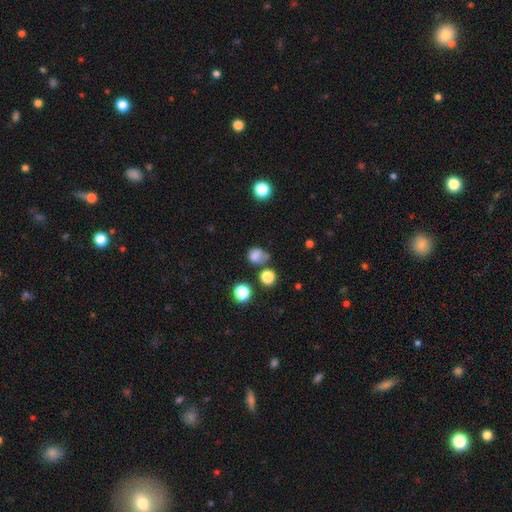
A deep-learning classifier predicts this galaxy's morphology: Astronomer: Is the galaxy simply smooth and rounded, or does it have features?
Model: smooth — 76%.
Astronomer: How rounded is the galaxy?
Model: round — 65%.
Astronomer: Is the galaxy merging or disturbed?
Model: none — 45% (runner-up: minor disturbance, 27%).